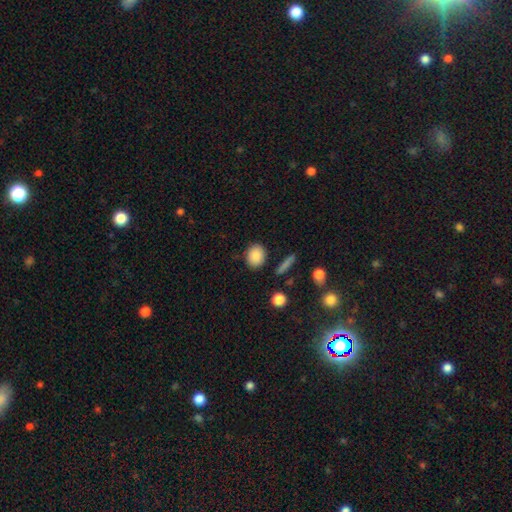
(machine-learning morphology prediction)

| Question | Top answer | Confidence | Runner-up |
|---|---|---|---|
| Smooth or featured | smooth | 87% | star or artifact (8%) |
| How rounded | round | 54% | in between (44%) |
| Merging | none | 85% | minor disturbance (10%) |